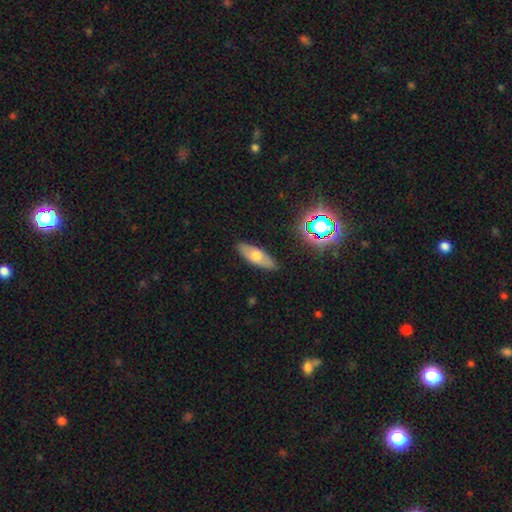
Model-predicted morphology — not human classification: A smooth galaxy with no disk features (56%) that is in between round and cigar-shaped (68%). Merging: none (86%).